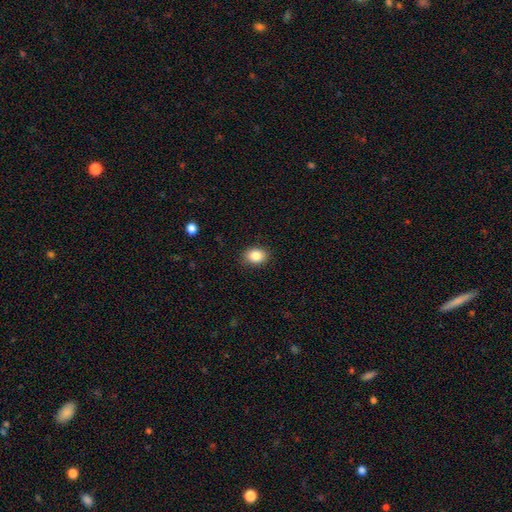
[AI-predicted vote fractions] This appears to be a smooth galaxy with no disk features (85%) that is in between round and cigar-shaped (62%). Merging: none (88%).